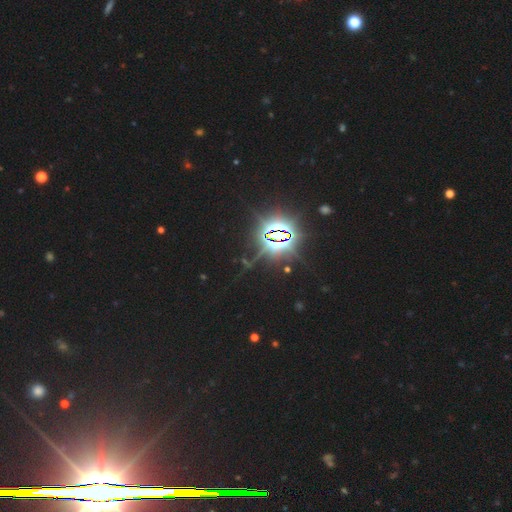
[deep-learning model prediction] Smooth or featured? Predicted: star or artifact (p=0.86).